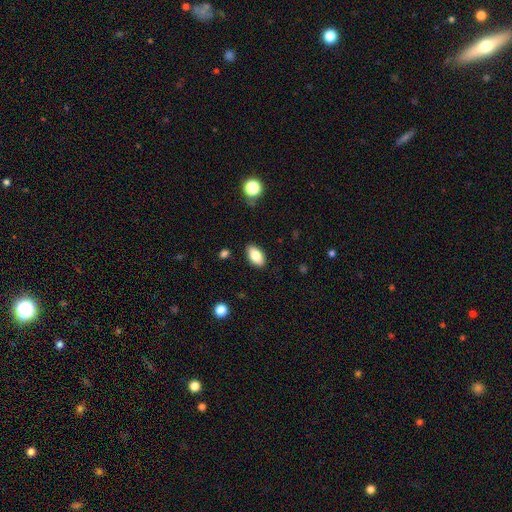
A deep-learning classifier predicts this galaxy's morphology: The model was most divided on "smooth or featured": smooth: 82%, featured or disk: 10%, star or artifact: 7%. More confident: how rounded — in between (92%); merging — none (87%).